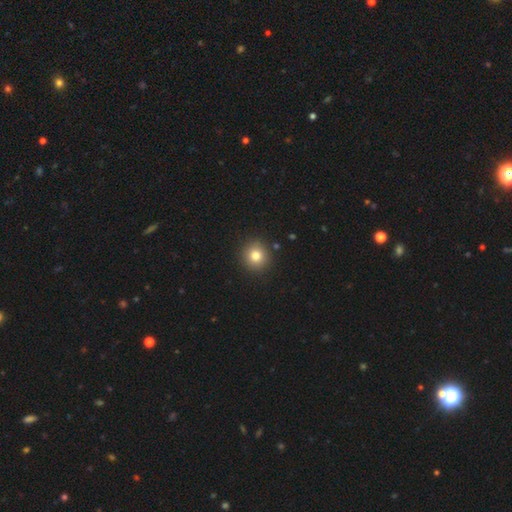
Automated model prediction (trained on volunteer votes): Overall: smooth (80%). How rounded: round (92%). Merging: none (91%).